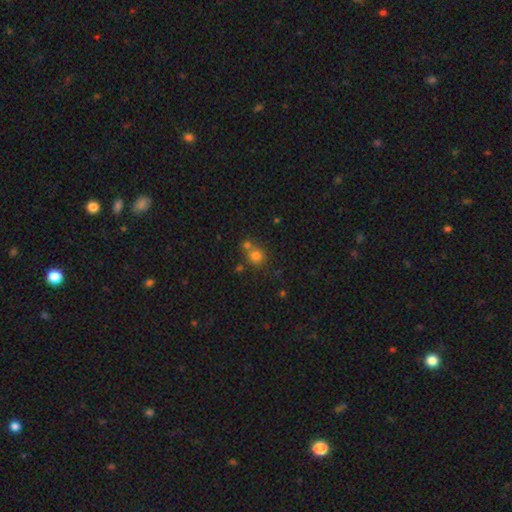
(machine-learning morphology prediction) This appears to be a smooth galaxy with no disk features (76%) that is round (85%). Merging: none (54%).